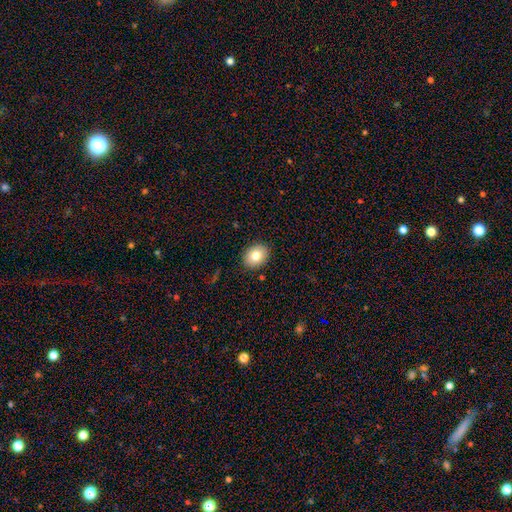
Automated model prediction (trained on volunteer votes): This is likely a smooth galaxy (79%). How rounded: possibly in between (52%). Merging: clearly none (89%).